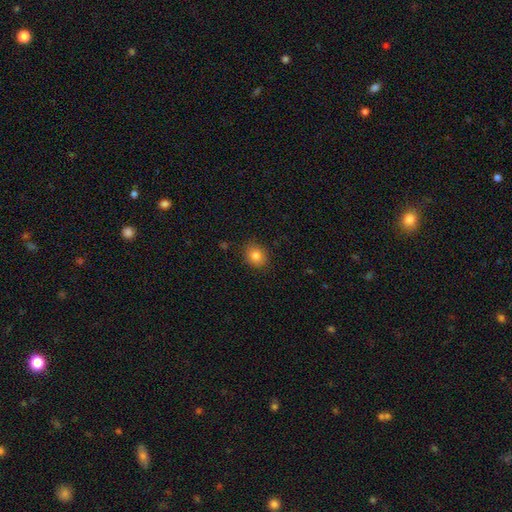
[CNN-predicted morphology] Q: Smooth or featured?
A: smooth (83%); runner-up: star or artifact (10%)
Q: How rounded?
A: round (64%); runner-up: in between (35%)
Q: Merging?
A: none (87%); runner-up: minor disturbance (10%)